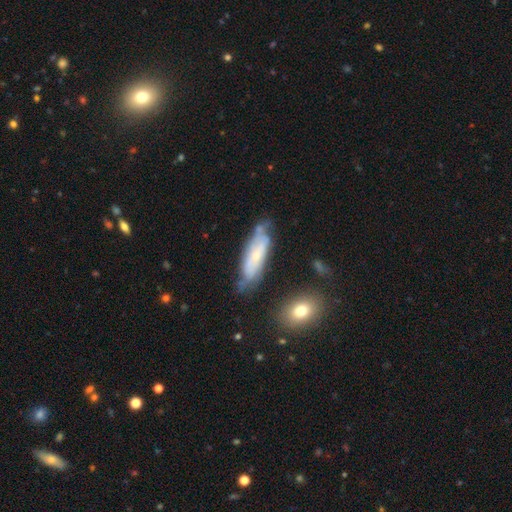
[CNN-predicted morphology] featured or disk 58%, smooth 34%, star or artifact 7%. Down the decision tree: edge-on disk — no (74%); merging — none (58%).